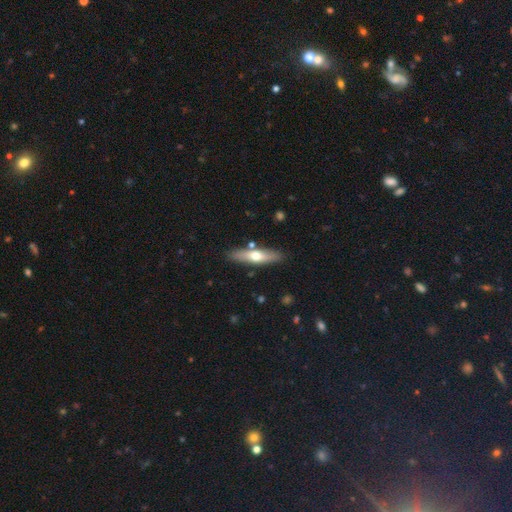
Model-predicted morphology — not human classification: This appears to be a smooth galaxy with no disk features (52%) that is cigar-shaped (71%). Merging: none (84%).